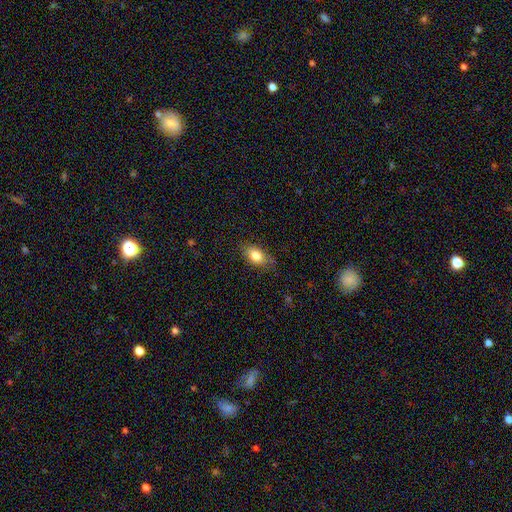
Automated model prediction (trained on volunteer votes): Smooth or featured?
  - smooth: 81% *
  - featured or disk: 10%
  - star or artifact: 8%
How rounded?
  - in between: 85% *
  - round: 12%
  - cigar-shaped: 3%
Merging?
  - none: 77% *
  - minor disturbance: 18%
  - major disturbance: 4%
  - merger: 1%